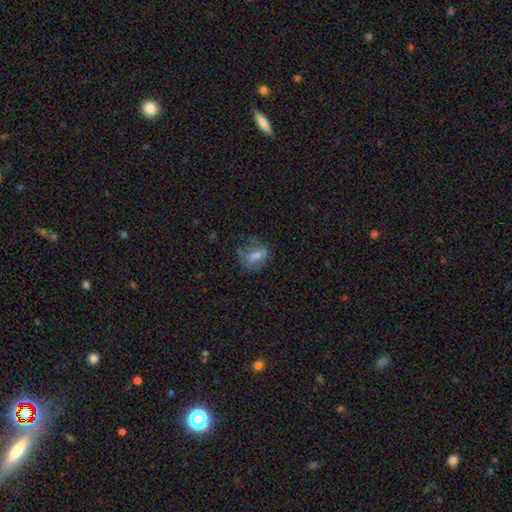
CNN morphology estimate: A smooth galaxy with no disk features (55%) that is in between round and cigar-shaped (70%). Merging: none (49%).